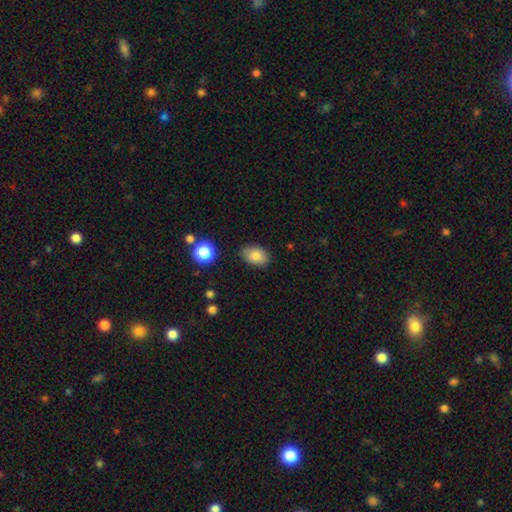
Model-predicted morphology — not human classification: Overall: smooth (84%). How rounded: in between (81%). Merging: none (83%).